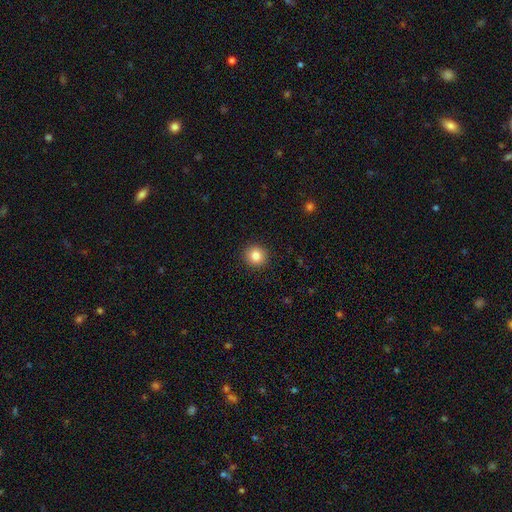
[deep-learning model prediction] Overall: smooth (85%). How rounded: round (91%). Merging: none (92%).